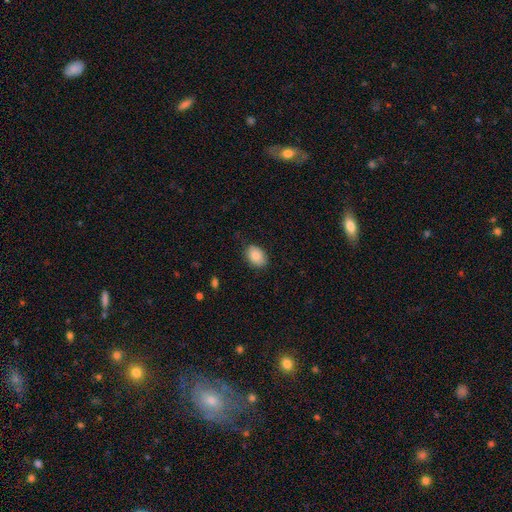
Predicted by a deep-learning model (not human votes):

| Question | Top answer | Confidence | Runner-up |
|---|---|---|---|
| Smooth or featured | smooth | 86% | star or artifact (7%) |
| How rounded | in between | 81% | round (18%) |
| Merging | none | 80% | minor disturbance (16%) |